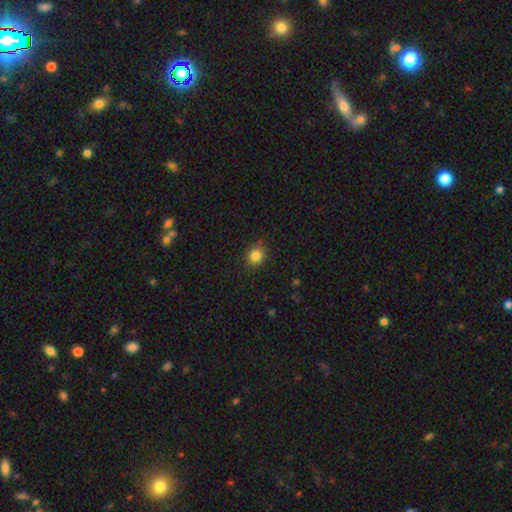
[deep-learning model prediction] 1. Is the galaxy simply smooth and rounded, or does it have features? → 84% smooth, 11% star or artifact, 5% featured or disk.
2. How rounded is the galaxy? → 71% round, 28% in between, 1% cigar-shaped.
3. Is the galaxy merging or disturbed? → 82% none, 14% minor disturbance, 3% major disturbance, 1% merger.